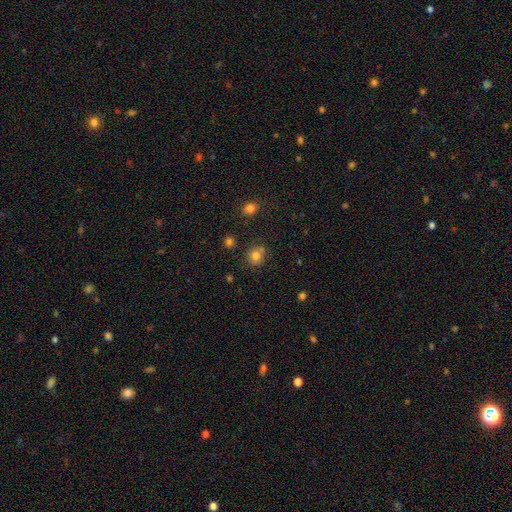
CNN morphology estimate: Smooth or featured?
  - smooth: 79% *
  - star or artifact: 13%
  - featured or disk: 7%
How rounded?
  - round: 82% *
  - in between: 18%
  - cigar-shaped: 1%
Merging?
  - none: 71% *
  - minor disturbance: 14%
  - merger: 12%
  - major disturbance: 4%